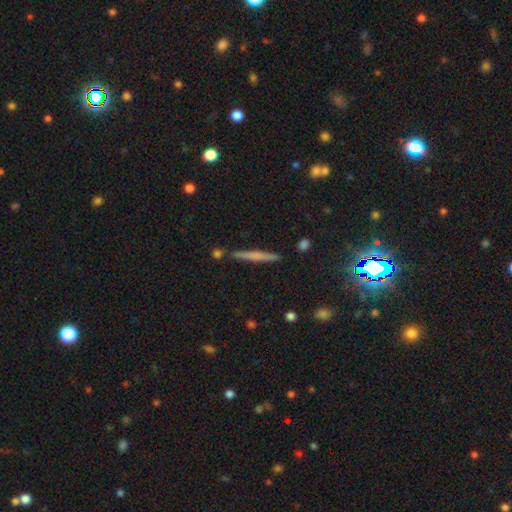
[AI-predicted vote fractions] Overall: smooth (46%; featured or disk 45%). Merging: none (88%).